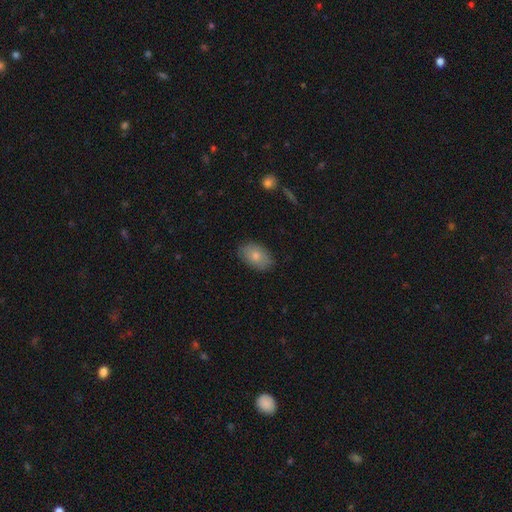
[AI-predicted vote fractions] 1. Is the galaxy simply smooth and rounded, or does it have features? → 78% smooth, 15% featured or disk, 7% star or artifact.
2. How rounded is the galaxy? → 89% in between, 10% round, 1% cigar-shaped.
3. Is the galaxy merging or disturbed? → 84% none, 13% minor disturbance, 3% major disturbance, 1% merger.